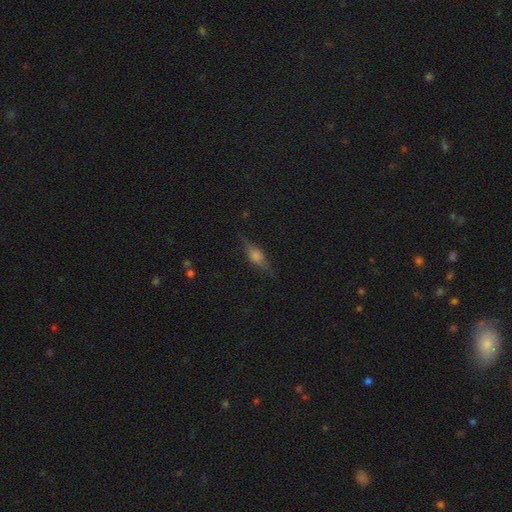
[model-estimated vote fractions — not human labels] smooth-or-featured: featured or disk: 62% | smooth: 27% | star or artifact: 11%
  disk-edge-on: yes: 94% | no: 6%
    edge-on-bulge: rounded: 85% | boxy: 12% | none: 3%
  merging: none: 82% | minor disturbance: 13% | major disturbance: 4% | merger: 1%